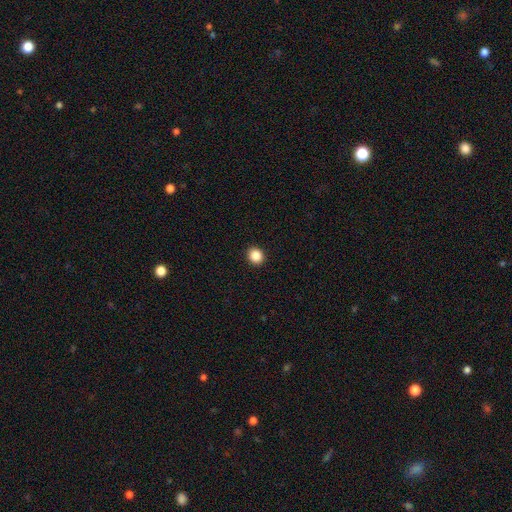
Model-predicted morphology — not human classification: Overall: smooth (87%). How rounded: round (82%). Merging: none (93%).